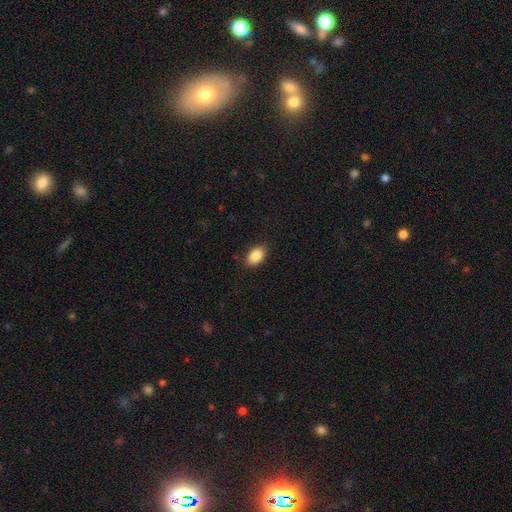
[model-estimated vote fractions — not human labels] Overall: smooth (88%). How rounded: in between (88%). Merging: none (86%).